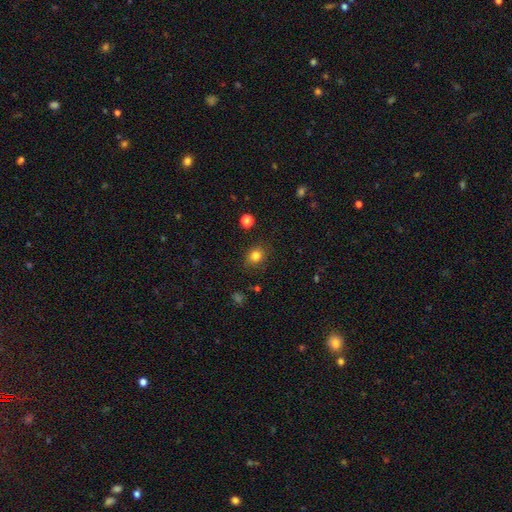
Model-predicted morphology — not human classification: Overall: smooth (81%). How rounded: round (64%; in between 35%). Merging: none (85%).